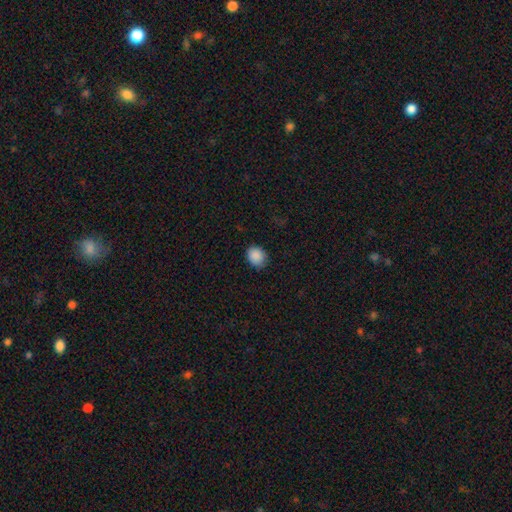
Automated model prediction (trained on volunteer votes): Smooth or featured? smooth (88%)
How rounded? round (59%)
Merging? none (81%)